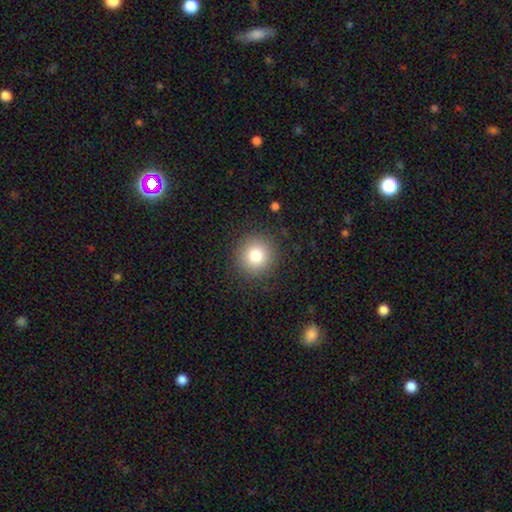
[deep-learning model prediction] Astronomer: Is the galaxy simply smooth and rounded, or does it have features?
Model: smooth — 81%.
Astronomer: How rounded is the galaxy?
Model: round — 93%.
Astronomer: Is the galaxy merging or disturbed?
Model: none — 89%.